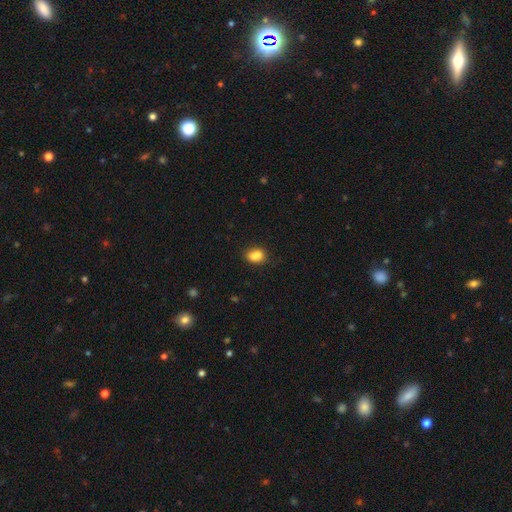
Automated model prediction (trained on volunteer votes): A smooth galaxy with no disk features (83%) that is in between round and cigar-shaped (70%).

Vote fractions:
- Smooth or featured? smooth: 83% / star or artifact: 10% / featured or disk: 7%
- How rounded? in between: 70% / round: 28% / cigar-shaped: 2%
- Merging? none: 62% / minor disturbance: 20% / merger: 13% / major disturbance: 5%